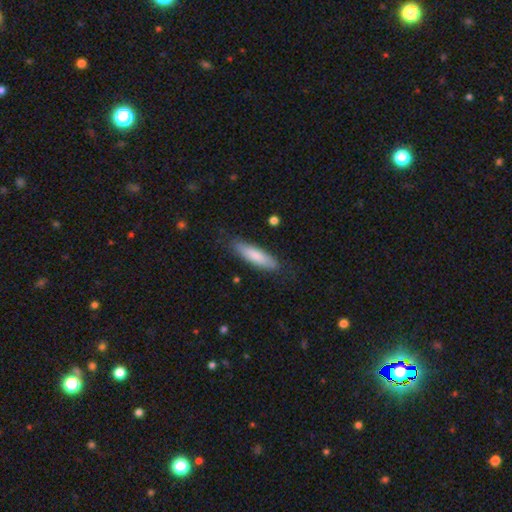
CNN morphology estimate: A smooth galaxy with no disk features (80%) that is cigar-shaped (67%).

Vote fractions:
- Smooth or featured? smooth: 80% / featured or disk: 14% / star or artifact: 5%
- How rounded? cigar-shaped: 67% / in between: 32% / round: 1%
- Merging? none: 83% / minor disturbance: 13% / major disturbance: 3% / merger: 1%